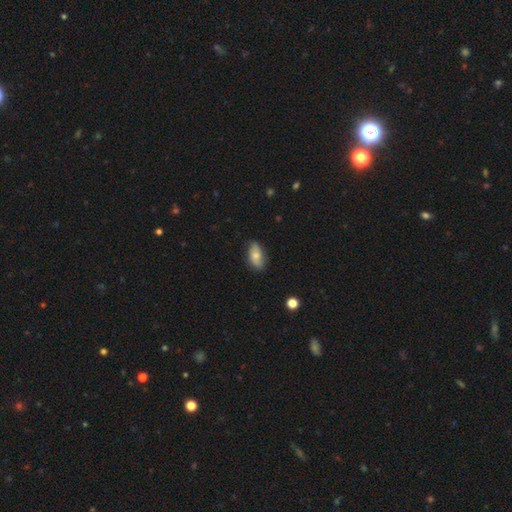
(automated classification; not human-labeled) Overall: smooth (66%; featured or disk 26%). How rounded: in between (90%). Merging: none (75%).